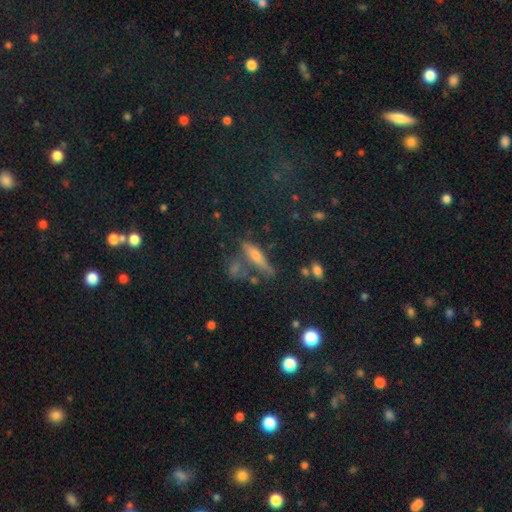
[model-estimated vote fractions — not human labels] Smooth or featured: smooth — 44% (featured or disk — 38%)
Merging: none — 59% (minor disturbance — 18%)